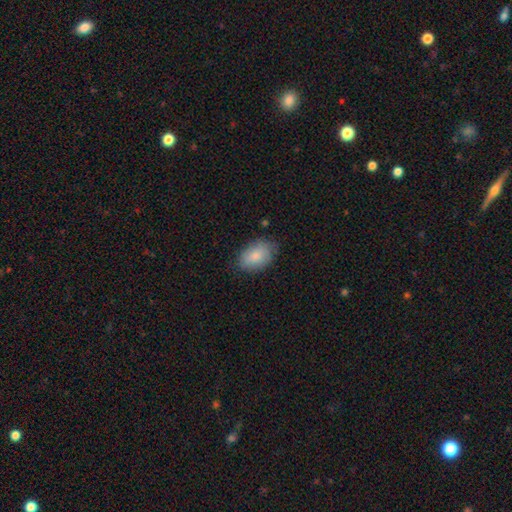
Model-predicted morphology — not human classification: Smooth or featured?
  - smooth: 82% *
  - featured or disk: 11%
  - star or artifact: 6%
How rounded?
  - in between: 89% *
  - round: 10%
  - cigar-shaped: 1%
Merging?
  - none: 74% *
  - minor disturbance: 20%
  - major disturbance: 4%
  - merger: 1%